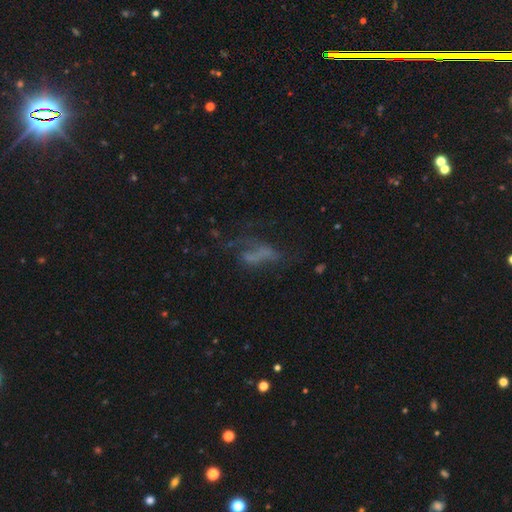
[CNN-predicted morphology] type=featured or disk (43%); merging=major disturbance (42%).